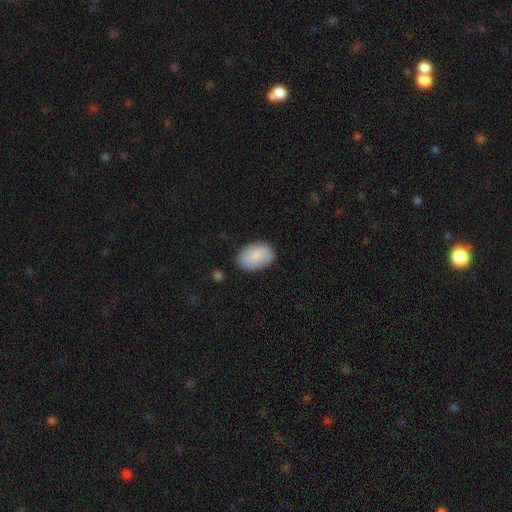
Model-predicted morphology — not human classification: This appears to be a smooth galaxy with no disk features (79%) that is in between round and cigar-shaped (84%). Merging: none (82%).